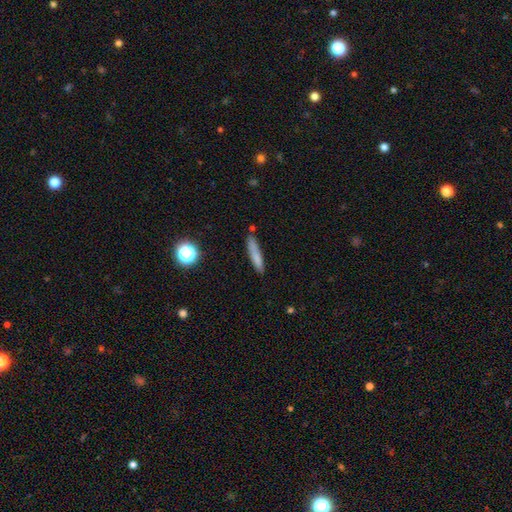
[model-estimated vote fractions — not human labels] A smooth galaxy with no disk features (77%) that is cigar-shaped (88%).

Vote fractions:
- Smooth or featured? smooth: 77% / featured or disk: 14% / star or artifact: 9%
- How rounded? cigar-shaped: 88% / in between: 10% / round: 2%
- Merging? none: 79% / minor disturbance: 14% / merger: 4% / major disturbance: 3%